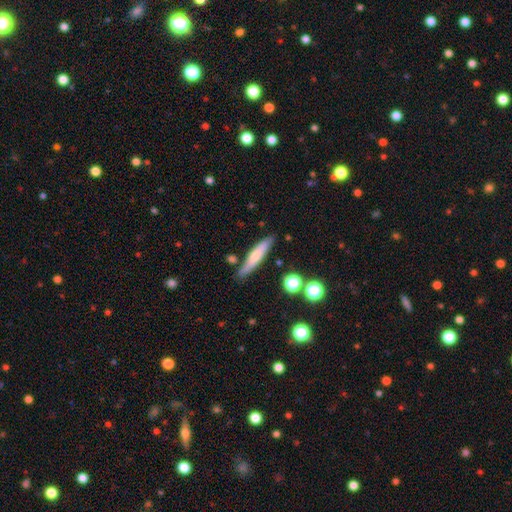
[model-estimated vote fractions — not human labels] Q: Smooth or featured?
A: smooth (60%); runner-up: featured or disk (33%)
Q: How rounded?
A: cigar-shaped (86%); runner-up: in between (12%)
Q: Merging?
A: none (79%); runner-up: minor disturbance (14%)